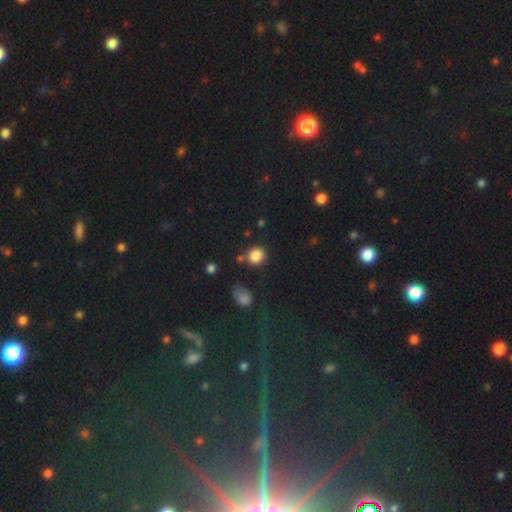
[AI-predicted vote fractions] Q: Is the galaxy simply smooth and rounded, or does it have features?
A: smooth — 84%.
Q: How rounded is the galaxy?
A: round — 86%.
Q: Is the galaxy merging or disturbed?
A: none — 76%.